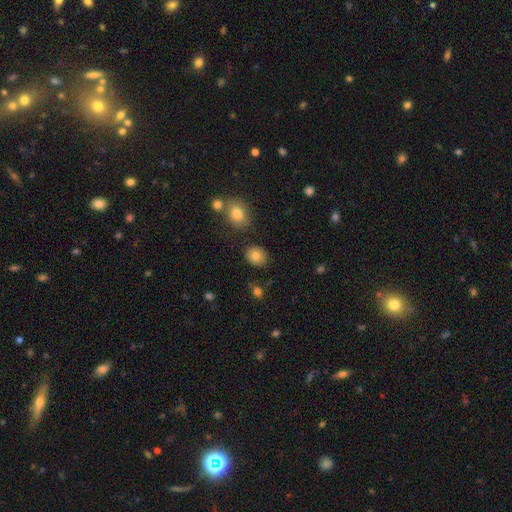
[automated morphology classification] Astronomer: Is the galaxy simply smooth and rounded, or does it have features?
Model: smooth — 81%.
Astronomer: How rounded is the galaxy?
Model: round — 64%.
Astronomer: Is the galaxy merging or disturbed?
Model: none — 84%.